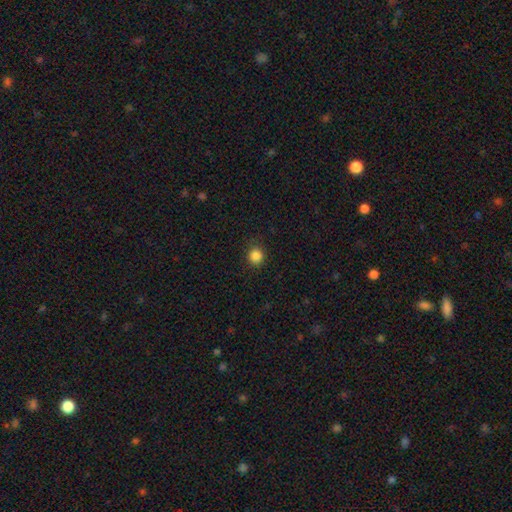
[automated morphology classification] Smooth or featured: smooth — 86% (star or artifact — 11%)
How rounded: round — 90% (in between — 9%)
Merging: none — 88% (minor disturbance — 8%)